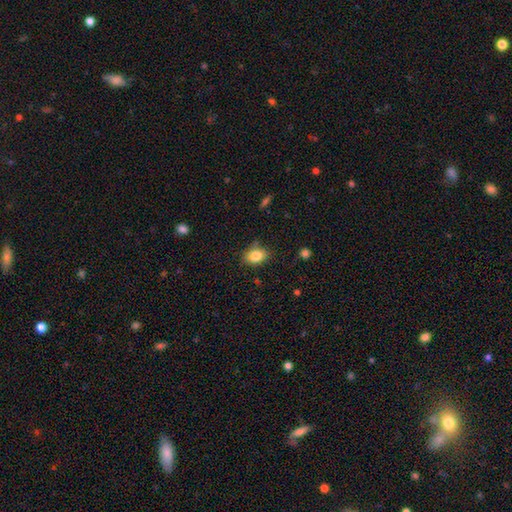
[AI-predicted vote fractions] This is clearly a smooth galaxy (82%). How rounded: likely in between (74%). Merging: likely none (75%).